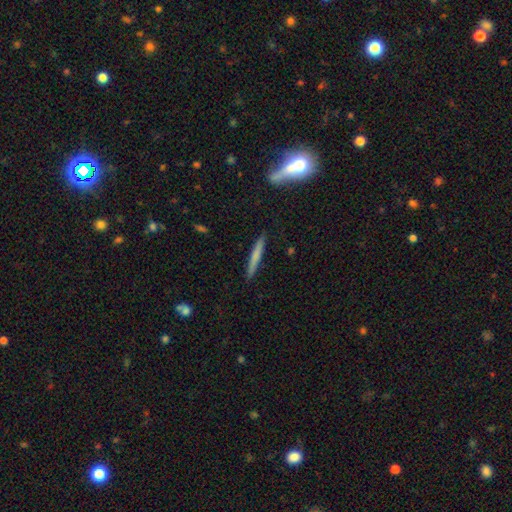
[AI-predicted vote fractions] A smooth galaxy with no disk features (63%) that is cigar-shaped (95%). Merging: none (88%).